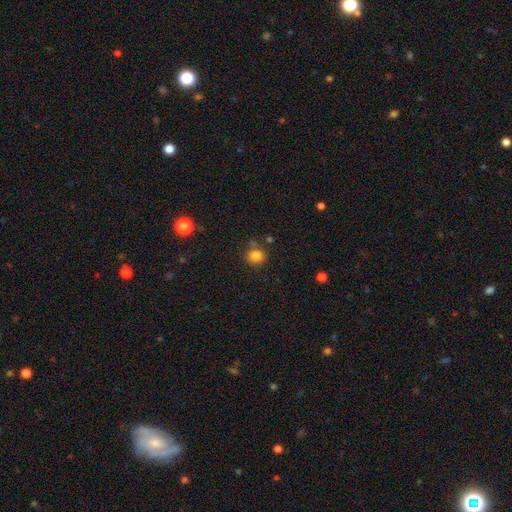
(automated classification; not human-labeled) smooth-or-featured: smooth: 83% | star or artifact: 12% | featured or disk: 5%
  how-rounded: round: 80% | in between: 19% | cigar-shaped: 1%
  merging: none: 76% | minor disturbance: 12% | merger: 8% | major disturbance: 4%